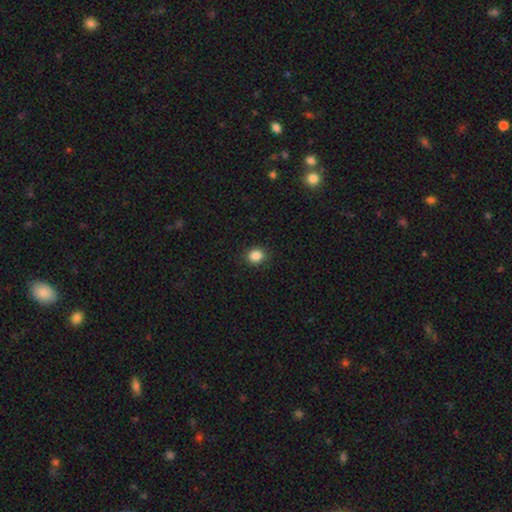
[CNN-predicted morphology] Overall: smooth (86%). How rounded: round (75%). Merging: none (90%).